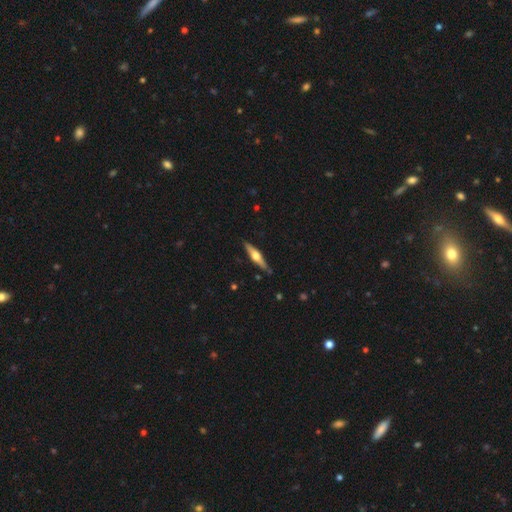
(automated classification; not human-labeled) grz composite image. It shows a featured or disk galaxy (66%) viewed edge-on (96%) with a rounded central bulge (93%). Merging: none (88%).